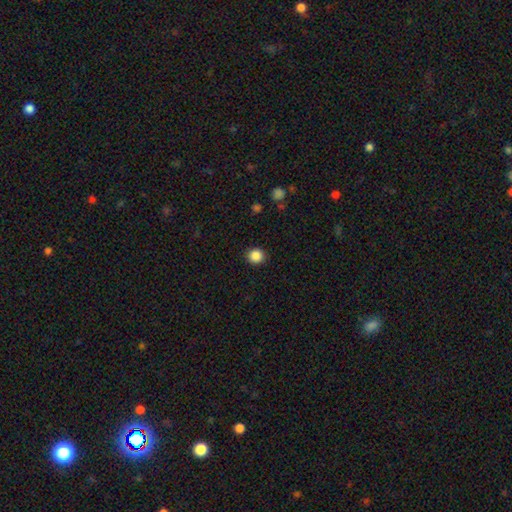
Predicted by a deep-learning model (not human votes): Smooth or featured: smooth — 87% (star or artifact — 10%)
How rounded: round — 91% (in between — 8%)
Merging: none — 91% (minor disturbance — 6%)